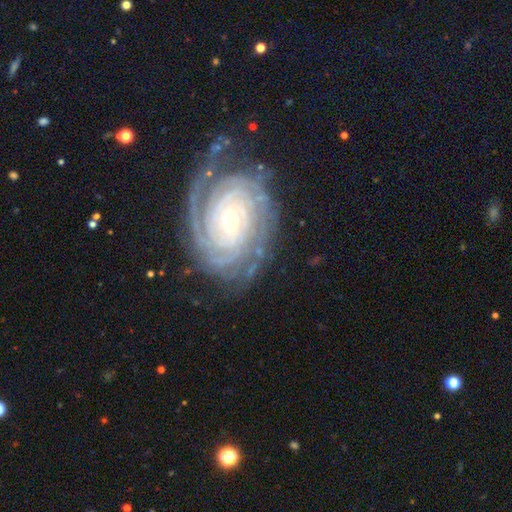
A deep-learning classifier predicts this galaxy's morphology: smooth_or_featured: featured or disk (p=0.83) [alt: star or artifact p=0.11]
disk_edge_on: no (p=0.97) [alt: yes p=0.03]
bar: no (p=0.69) [alt: weak p=0.20]
has_spiral_arms: yes (p=0.97) [alt: no p=0.03]
spiral_winding: tight (p=0.80) [alt: medium p=0.17]
spiral_arm_count: 2 (p=0.28) [alt: can't tell p=0.24]
bulge_size: small (p=0.70) [alt: moderate p=0.24]
merging: none (p=0.77) [alt: minor disturbance p=0.14]